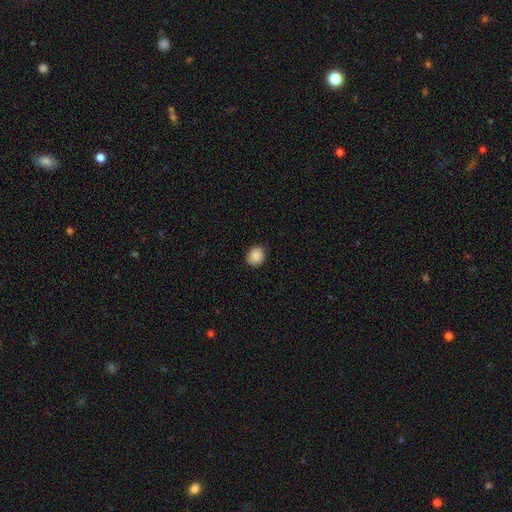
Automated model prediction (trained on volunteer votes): smooth_or_featured: smooth (p=0.89) [alt: star or artifact p=0.08]
how_rounded: round (p=0.65) [alt: in between p=0.34]
merging: none (p=0.88) [alt: minor disturbance p=0.09]